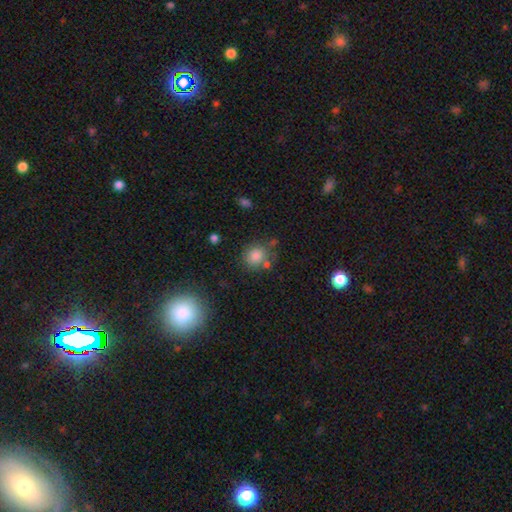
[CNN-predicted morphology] Overall: smooth (82%). How rounded: round (78%). Merging: none (66%).